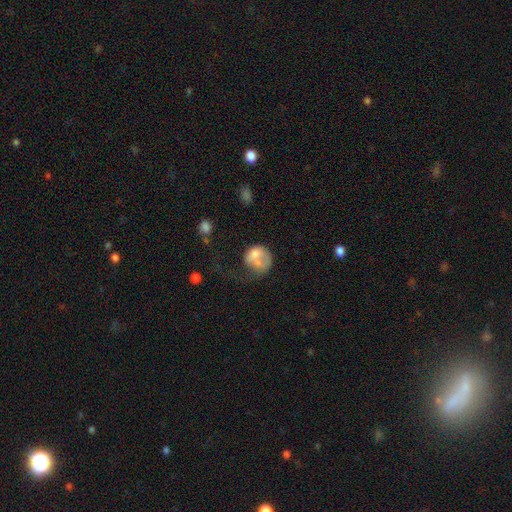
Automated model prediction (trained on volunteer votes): smooth 62%, featured or disk 29%, star or artifact 9%. Down the decision tree: how rounded — round (65%); merging — major disturbance (40%).